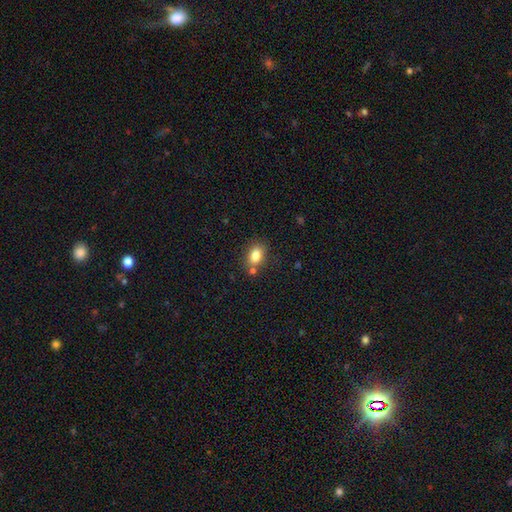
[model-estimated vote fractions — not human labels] The model was most divided on "how rounded": in between: 75%, round: 23%, cigar-shaped: 2%. More confident: smooth or featured — smooth (82%); merging — none (71%).